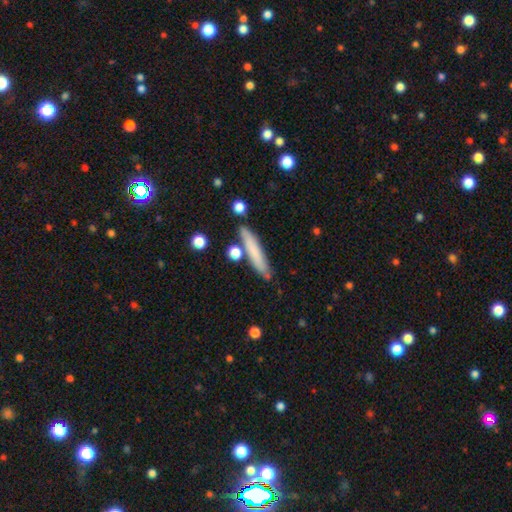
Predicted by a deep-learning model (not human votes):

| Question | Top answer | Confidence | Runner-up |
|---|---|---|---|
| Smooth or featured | smooth | 72% | featured or disk (21%) |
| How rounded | cigar-shaped | 89% | in between (9%) |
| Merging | none | 75% | minor disturbance (13%) |